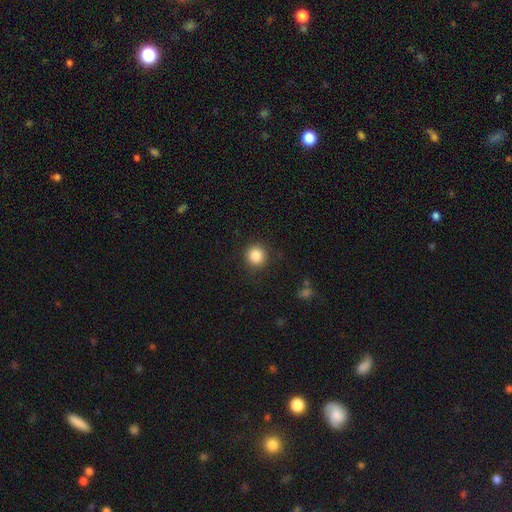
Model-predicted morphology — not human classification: This is clearly a smooth galaxy (86%). How rounded: clearly round (93%). Merging: clearly none (89%).